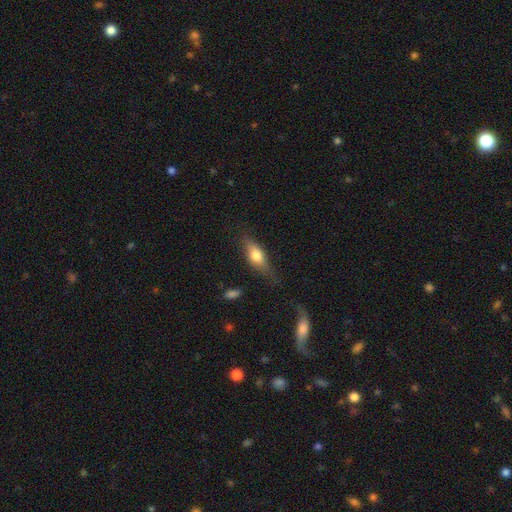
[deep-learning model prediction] smooth_or_featured: smooth (p=0.63) [alt: featured or disk p=0.30]
how_rounded: in between (p=0.67) [alt: cigar-shaped p=0.28]
merging: none (p=0.67) [alt: minor disturbance p=0.23]